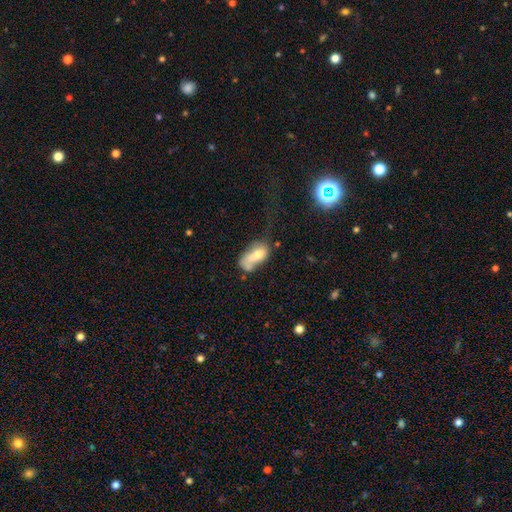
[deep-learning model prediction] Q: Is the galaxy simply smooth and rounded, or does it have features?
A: smooth — 61%.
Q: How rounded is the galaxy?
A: in between — 84%.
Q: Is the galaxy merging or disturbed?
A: merger — 62%.